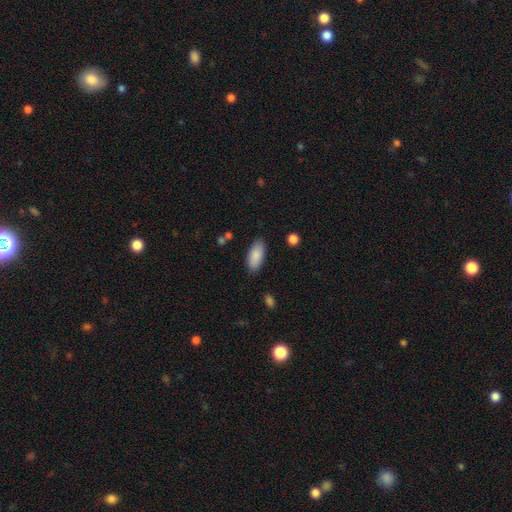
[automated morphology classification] smooth 88%, star or artifact 6%, featured or disk 6%. Down the decision tree: how rounded — in between (88%); merging — none (86%).